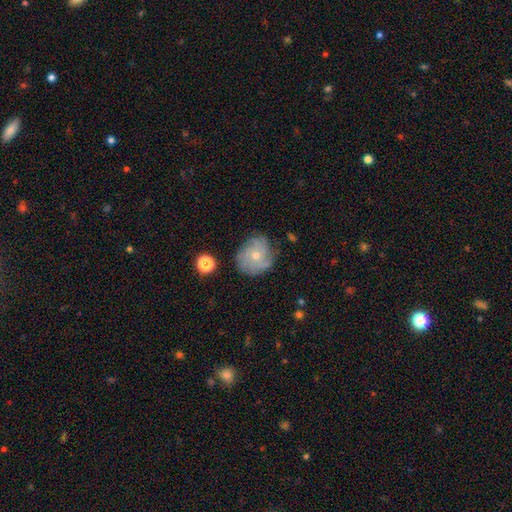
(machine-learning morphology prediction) Smooth or featured: featured or disk — 60% (smooth — 30%)
Edge-on disk: no — 97% (yes — 3%)
Bar: no — 85% (weak — 13%)
Spiral arms: yes — 83% (no — 17%)
Bulge size: small — 59% (moderate — 37%)
Merging: none — 72% (minor disturbance — 19%)